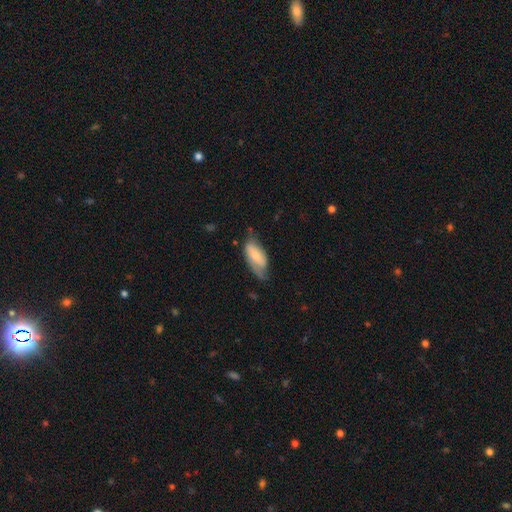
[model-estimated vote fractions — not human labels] Q: Smooth or featured?
A: smooth (50%); runner-up: featured or disk (44%)
Q: How rounded?
A: in between (88%); runner-up: cigar-shaped (9%)
Q: Merging?
A: none (48%); runner-up: minor disturbance (35%)